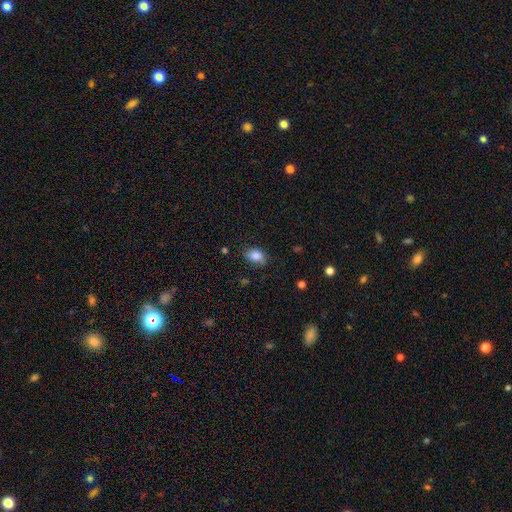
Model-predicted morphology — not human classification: Overall: smooth (83%). How rounded: in between (79%). Merging: none (73%).